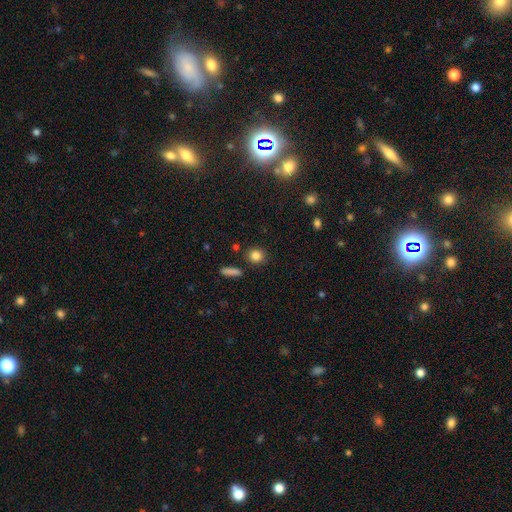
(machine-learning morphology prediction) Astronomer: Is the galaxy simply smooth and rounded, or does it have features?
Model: smooth — 84%.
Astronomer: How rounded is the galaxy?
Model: round — 82%.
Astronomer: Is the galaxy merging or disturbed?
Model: none — 87%.